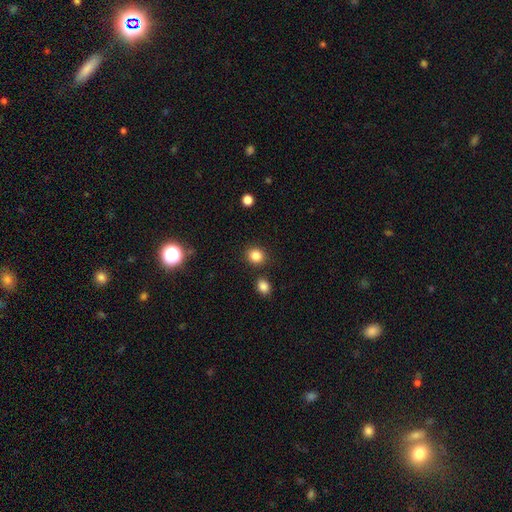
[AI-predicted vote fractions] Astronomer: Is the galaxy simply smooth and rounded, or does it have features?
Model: smooth — 84%.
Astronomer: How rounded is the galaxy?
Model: round — 80%.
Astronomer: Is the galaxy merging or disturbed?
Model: none — 85%.